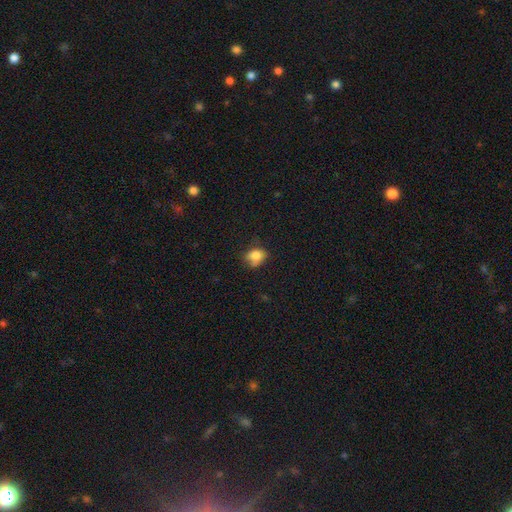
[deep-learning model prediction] smooth 81%, star or artifact 10%, featured or disk 9%. Down the decision tree: how rounded — round (50%); merging — none (52%).